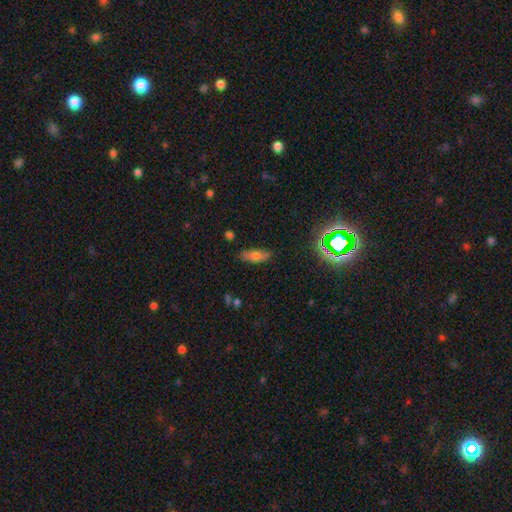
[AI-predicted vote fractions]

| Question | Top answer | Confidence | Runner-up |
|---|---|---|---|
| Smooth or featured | smooth | 69% | featured or disk (19%) |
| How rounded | in between | 68% | cigar-shaped (29%) |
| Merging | none | 83% | minor disturbance (12%) |